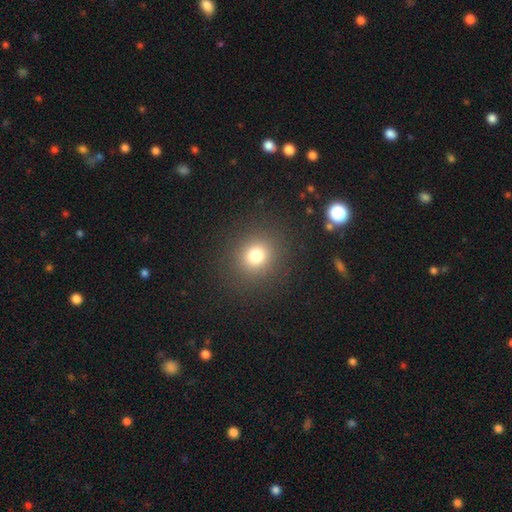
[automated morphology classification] A smooth galaxy with no disk features (76%) that is round (83%). Merging: none (89%).